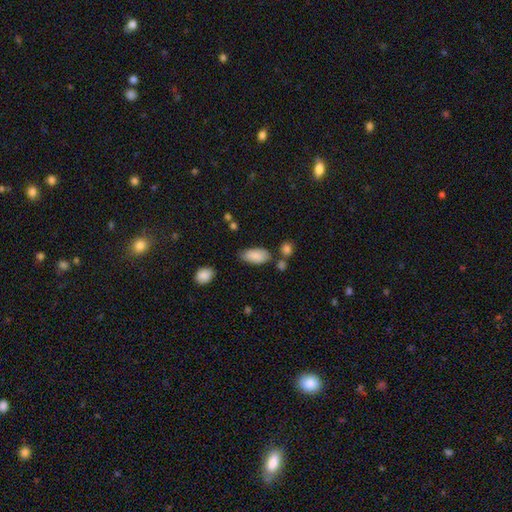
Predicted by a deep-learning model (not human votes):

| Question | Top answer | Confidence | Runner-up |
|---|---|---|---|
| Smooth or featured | smooth | 87% | star or artifact (7%) |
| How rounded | in between | 91% | cigar-shaped (6%) |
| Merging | none | 66% | minor disturbance (20%) |